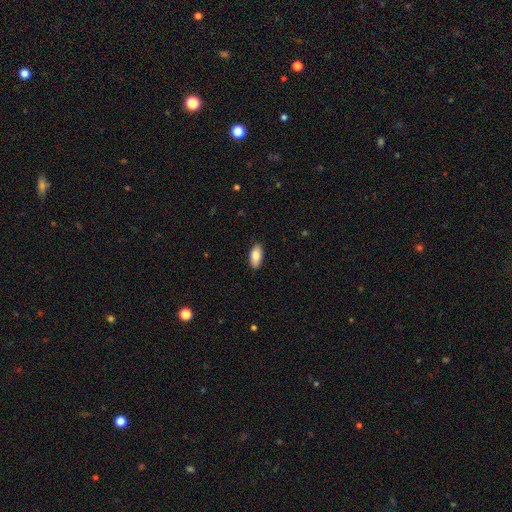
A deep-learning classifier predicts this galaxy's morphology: This is clearly a smooth galaxy (85%). How rounded: clearly in between (91%). Merging: clearly none (88%).